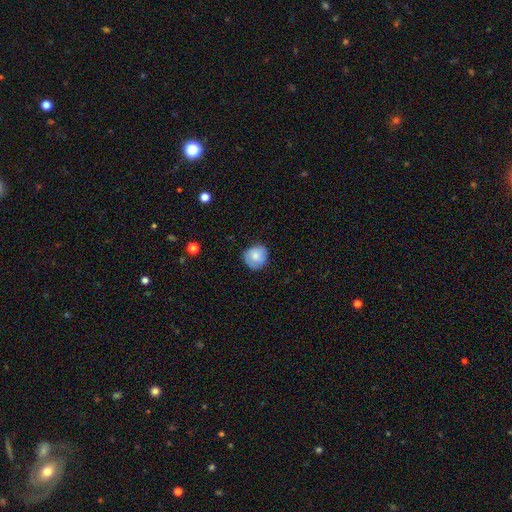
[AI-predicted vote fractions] Smooth or featured?
  - smooth: 77% *
  - featured or disk: 15%
  - star or artifact: 8%
How rounded?
  - round: 88% *
  - in between: 11%
  - cigar-shaped: 1%
Merging?
  - none: 78% *
  - minor disturbance: 18%
  - major disturbance: 4%
  - merger: 1%